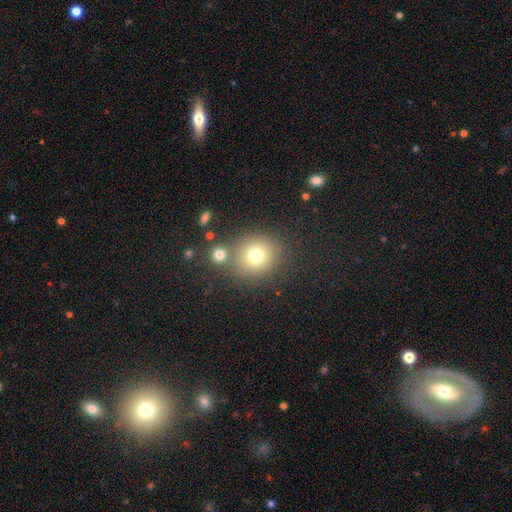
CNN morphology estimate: smooth-or-featured: smooth: 75% | star or artifact: 14% | featured or disk: 11%
  how-rounded: round: 86% | in between: 13% | cigar-shaped: 1%
  merging: none: 70% | merger: 16% | minor disturbance: 10% | major disturbance: 4%